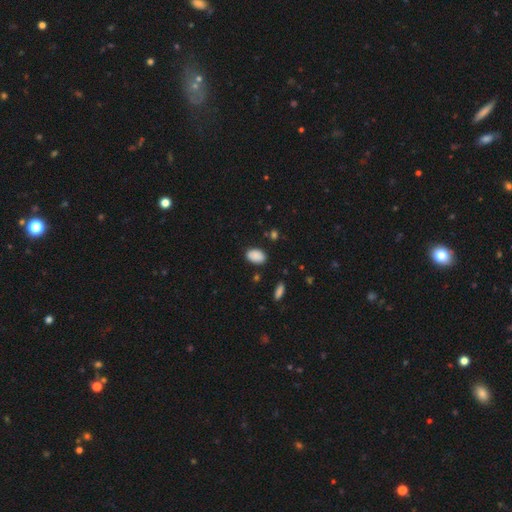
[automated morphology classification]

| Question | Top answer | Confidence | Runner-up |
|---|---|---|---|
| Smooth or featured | smooth | 89% | star or artifact (7%) |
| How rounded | in between | 90% | round (8%) |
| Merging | none | 83% | minor disturbance (12%) |